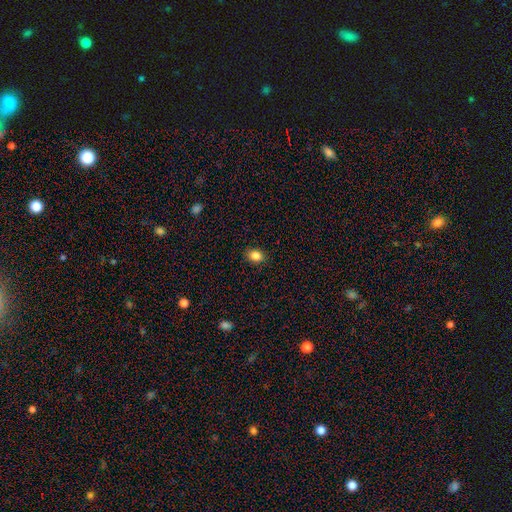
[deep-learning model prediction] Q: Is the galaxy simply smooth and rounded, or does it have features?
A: smooth — 85%.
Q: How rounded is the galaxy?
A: in between — 66%.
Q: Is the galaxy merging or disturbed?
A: none — 89%.